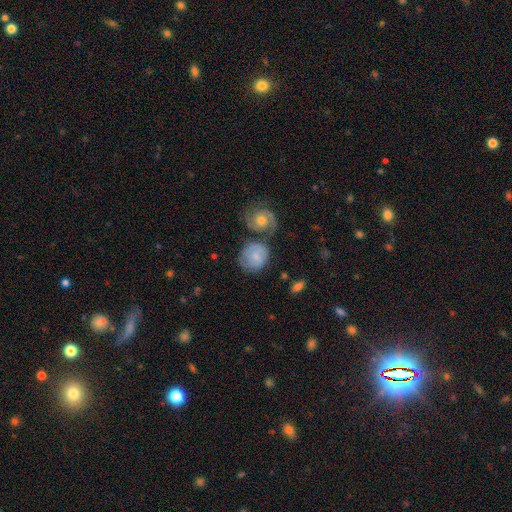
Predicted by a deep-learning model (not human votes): This appears to be a smooth galaxy with no disk features (54%) that is round (76%). Merging: none (49%).